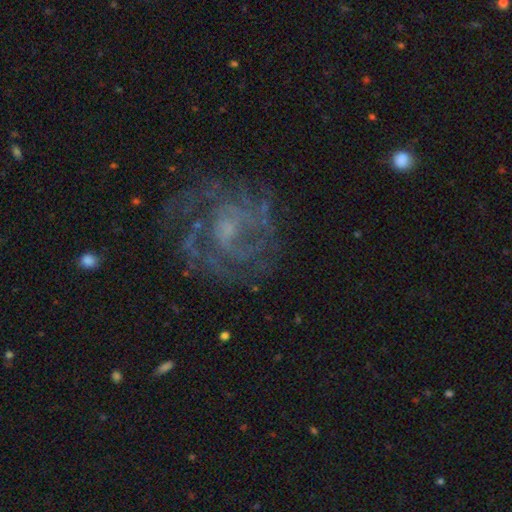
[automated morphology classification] Q: Smooth or featured?
A: featured or disk (82%); runner-up: star or artifact (10%)
Q: Edge-on disk?
A: no (98%); runner-up: yes (2%)
Q: Bar?
A: no (60%); runner-up: weak (34%)
Q: Spiral arms?
A: yes (89%); runner-up: no (11%)
Q: Spiral winding?
A: tight (49%); runner-up: medium (39%)
Q: Spiral arm count?
A: can't tell (36%); runner-up: 3 (20%)
Q: Bulge size?
A: small (48%); runner-up: moderate (27%)
Q: Merging?
A: none (70%); runner-up: minor disturbance (15%)